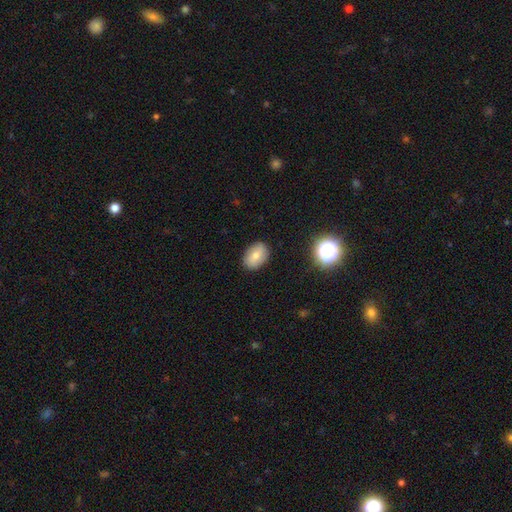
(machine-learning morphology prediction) smooth 73%, featured or disk 17%, star or artifact 10%. Down the decision tree: how rounded — in between (78%); merging — none (87%).